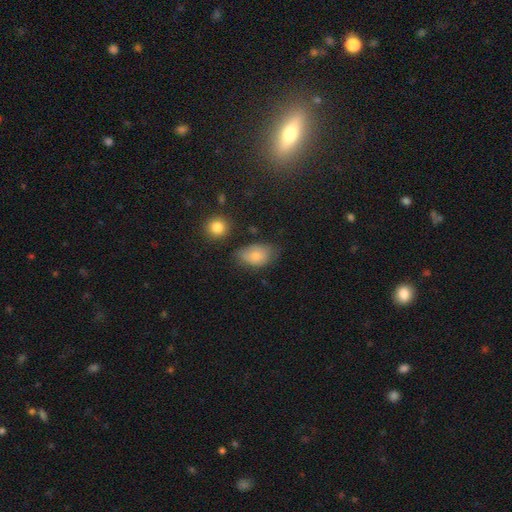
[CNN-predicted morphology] This is likely a smooth galaxy (78%). How rounded: clearly in between (88%). Merging: possibly none (55%).